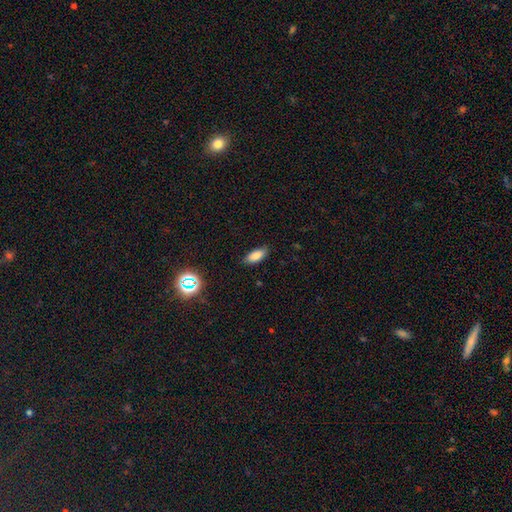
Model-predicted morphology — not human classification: Q: Smooth or featured?
A: smooth (83%); runner-up: star or artifact (10%)
Q: How rounded?
A: in between (84%); runner-up: cigar-shaped (14%)
Q: Merging?
A: none (83%); runner-up: minor disturbance (13%)